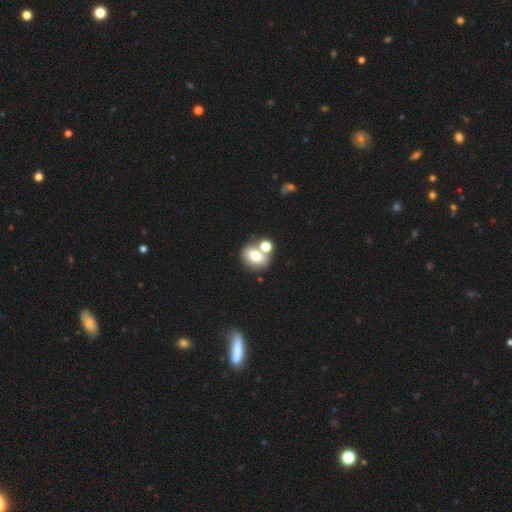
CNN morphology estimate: This appears to be a smooth galaxy with no disk features (73%) that is in between round and cigar-shaped (50%). Merging: none (48%).